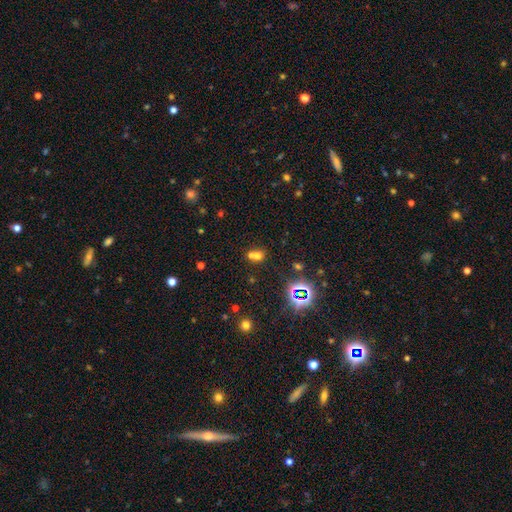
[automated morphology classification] smooth 59%, star or artifact 27%, featured or disk 14%. Down the decision tree: how rounded — round (59%); merging — merger (56%).